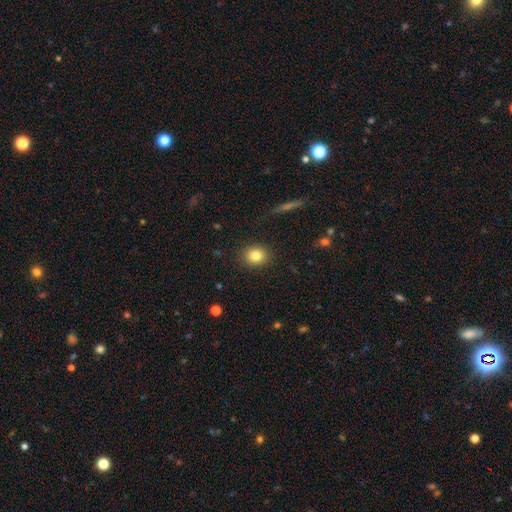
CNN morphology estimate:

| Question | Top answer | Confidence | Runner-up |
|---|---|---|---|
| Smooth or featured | smooth | 82% | star or artifact (10%) |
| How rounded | round | 67% | in between (32%) |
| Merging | none | 89% | minor disturbance (8%) |